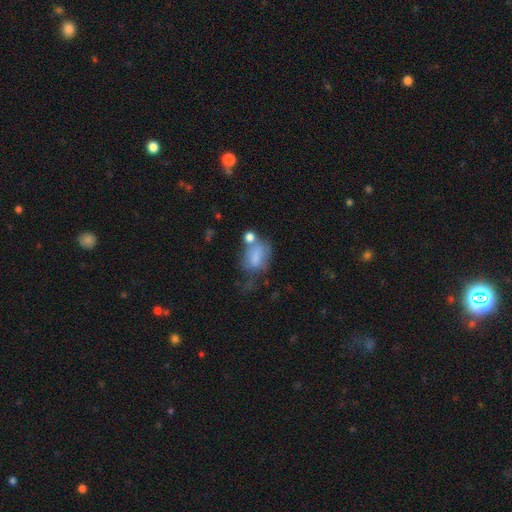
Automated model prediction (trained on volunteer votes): Smooth or featured: smooth — 67% (featured or disk — 22%)
How rounded: in between — 74% (round — 24%)
Merging: merger — 32% (major disturbance — 25%)